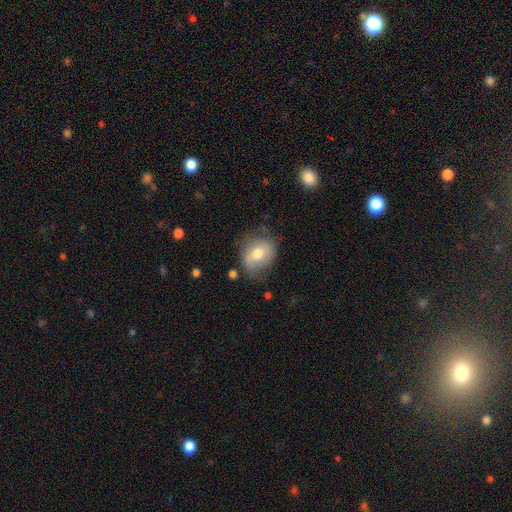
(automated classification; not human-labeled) Q: Smooth or featured?
A: smooth (63%); runner-up: featured or disk (28%)
Q: How rounded?
A: round (57%); runner-up: in between (42%)
Q: Merging?
A: none (65%); runner-up: minor disturbance (26%)